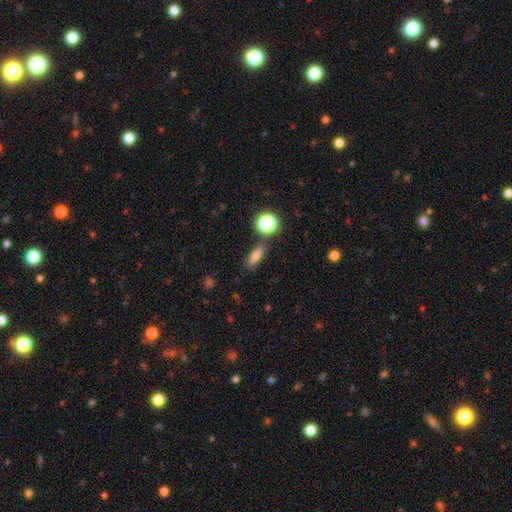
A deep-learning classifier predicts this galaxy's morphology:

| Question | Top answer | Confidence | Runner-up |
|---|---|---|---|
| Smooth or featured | smooth | 73% | star or artifact (15%) |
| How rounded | in between | 45% | cigar-shaped (41%) |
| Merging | none | 78% | minor disturbance (12%) |